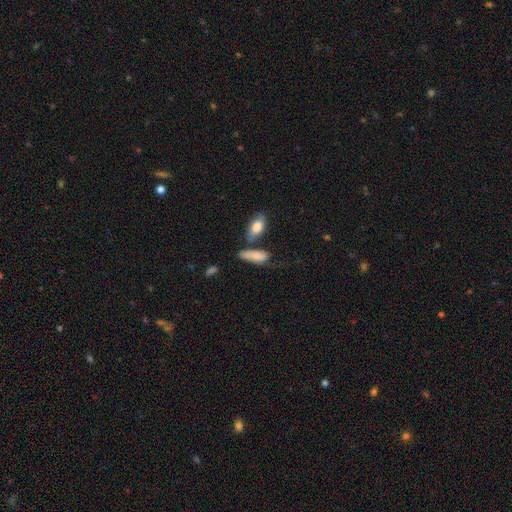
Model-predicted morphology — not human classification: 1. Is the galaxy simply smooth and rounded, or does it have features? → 77% smooth, 15% featured or disk, 7% star or artifact.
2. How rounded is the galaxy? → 72% in between, 25% cigar-shaped, 3% round.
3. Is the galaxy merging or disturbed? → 43% none, 27% minor disturbance, 19% merger, 12% major disturbance.